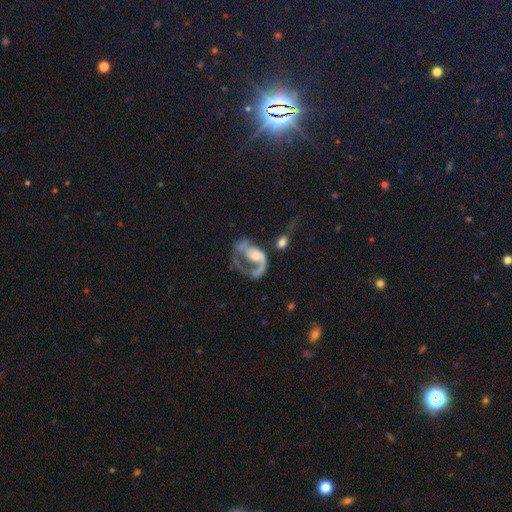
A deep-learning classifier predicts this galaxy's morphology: The model was most divided on "spiral winding": loose: 42%, medium: 38%, tight: 20%. Remaining: edge-on disk — no (97%); spiral arms — yes (82%); smooth or featured — featured or disk (77%); bar — no (66%); spiral arm count — 1 (64%); merging — major disturbance (47%); bulge size — moderate (38%).